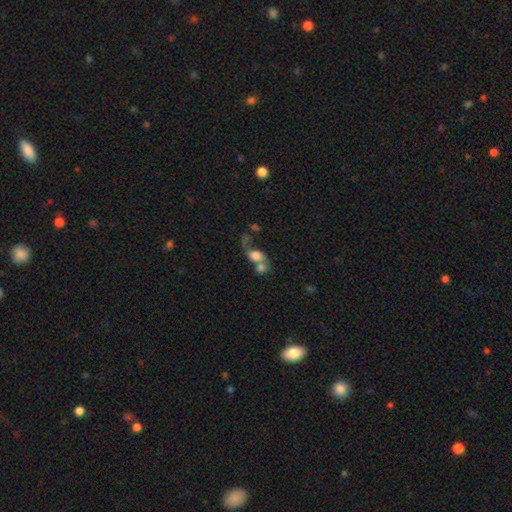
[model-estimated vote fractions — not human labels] This appears to be a smooth galaxy with no disk features (66%) that is in between round and cigar-shaped (62%). Merging: merger (64%).